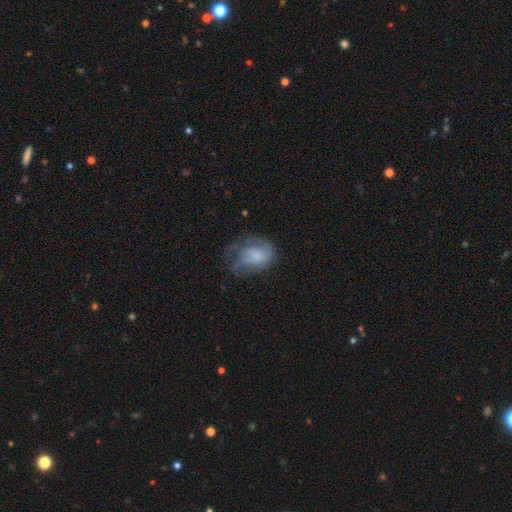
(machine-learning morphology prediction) smooth-or-featured: smooth: 52% | featured or disk: 38% | star or artifact: 10%
  how-rounded: in between: 72% | round: 27% | cigar-shaped: 1%
  merging: none: 39% | major disturbance: 31% | minor disturbance: 28% | merger: 2%